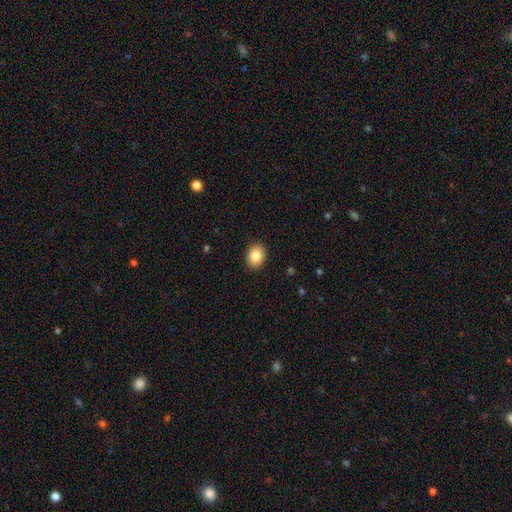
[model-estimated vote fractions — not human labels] Overall: smooth (85%). How rounded: in between (55%; round 44%). Merging: none (90%).